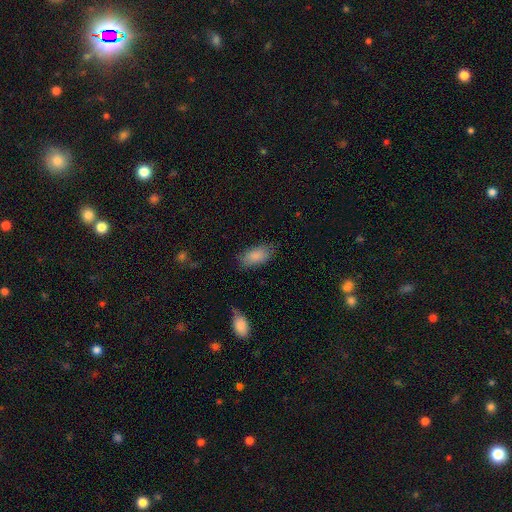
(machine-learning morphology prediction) This is clearly a smooth galaxy (87%). How rounded: clearly in between (91%). Merging: likely none (75%).